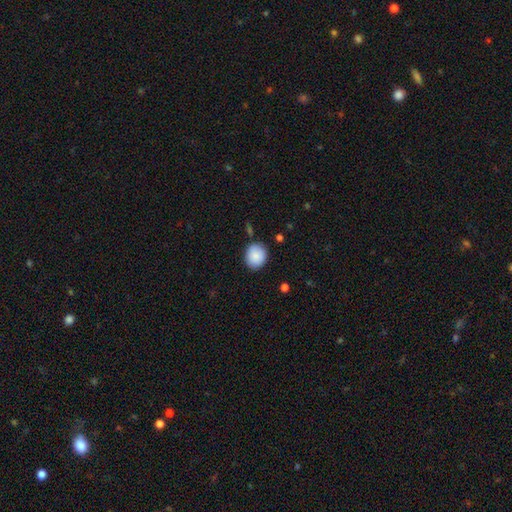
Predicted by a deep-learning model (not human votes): Overall: smooth (88%). How rounded: round (69%; in between 30%). Merging: none (82%).